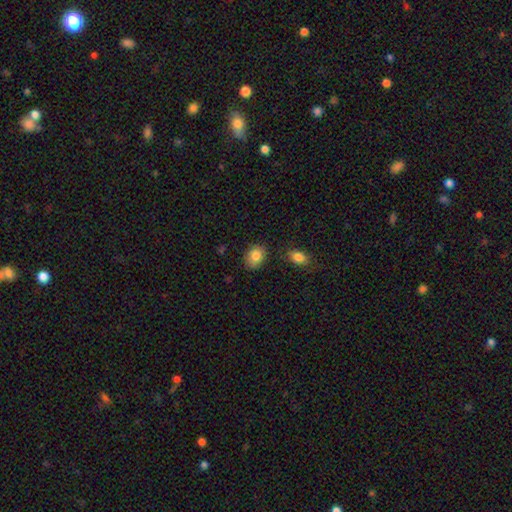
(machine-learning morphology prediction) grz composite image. It shows a smooth galaxy with no disk features (84%) that is in between round and cigar-shaped (61%). Merging: none (79%).